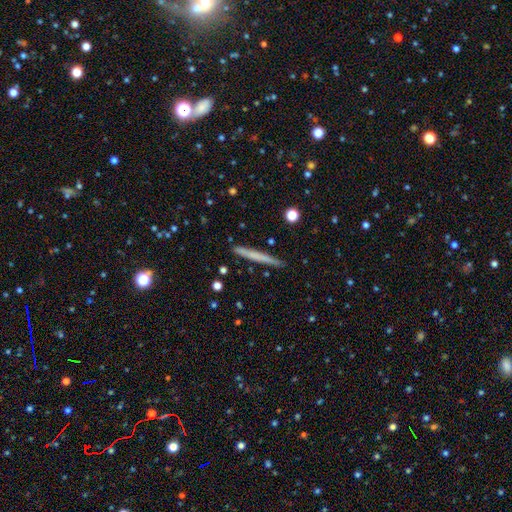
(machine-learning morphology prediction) smooth_or_featured: smooth (p=0.60) [alt: featured or disk p=0.34]
how_rounded: cigar-shaped (p=0.97) [alt: in between p=0.02]
merging: none (p=0.90) [alt: minor disturbance p=0.07]